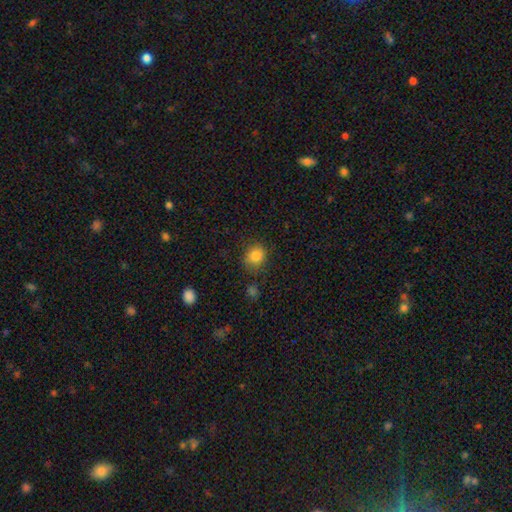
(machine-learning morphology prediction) Smooth or featured? smooth (84%)
How rounded? round (73%)
Merging? none (74%)